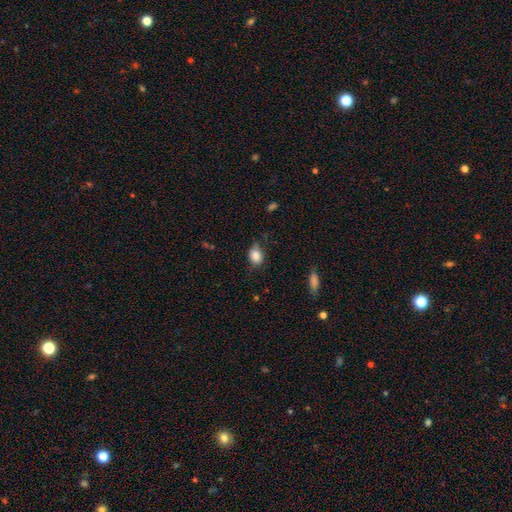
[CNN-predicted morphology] Q: Smooth or featured?
A: smooth (85%); runner-up: star or artifact (9%)
Q: How rounded?
A: in between (70%); runner-up: round (28%)
Q: Merging?
A: none (63%); runner-up: minor disturbance (29%)